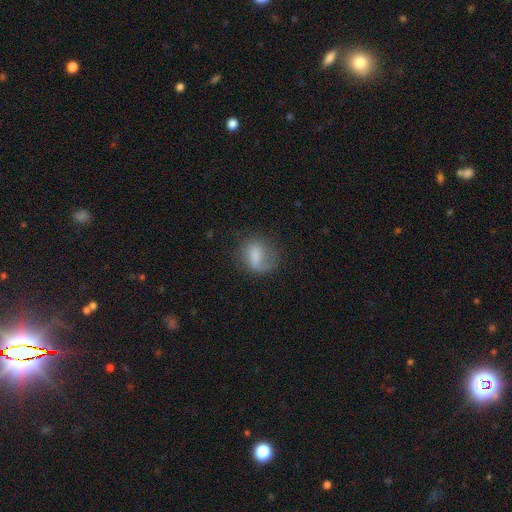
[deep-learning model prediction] smooth 62%, featured or disk 29%, star or artifact 9%. Down the decision tree: how rounded — in between (50%); merging — none (48%).